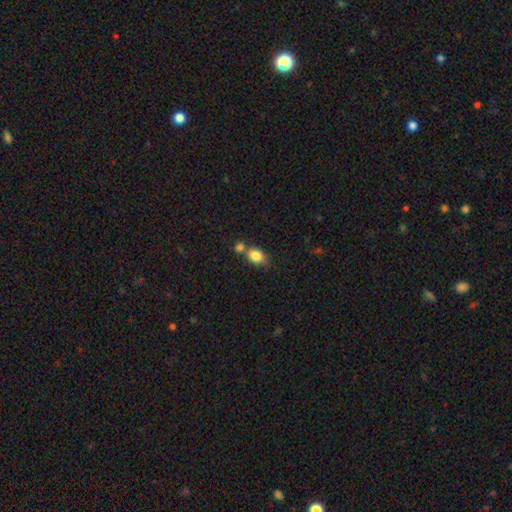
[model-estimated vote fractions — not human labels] Overall: smooth (83%). How rounded: in between (65%; round 33%). Merging: none (46%; merger 38%).